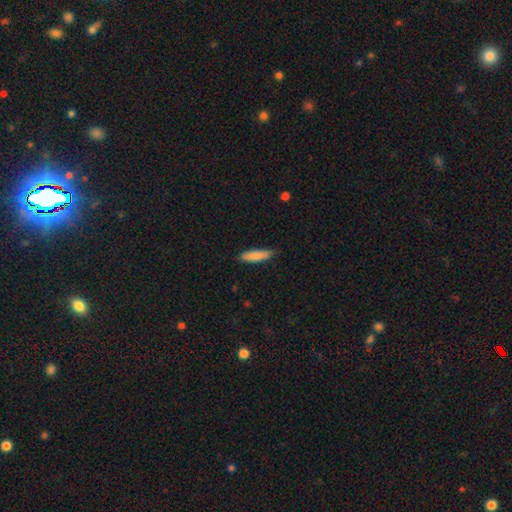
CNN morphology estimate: smooth-or-featured: smooth: 83% | featured or disk: 11% | star or artifact: 6%
  how-rounded: cigar-shaped: 66% | in between: 33% | round: 1%
  merging: none: 75% | minor disturbance: 21% | major disturbance: 3% | merger: 1%